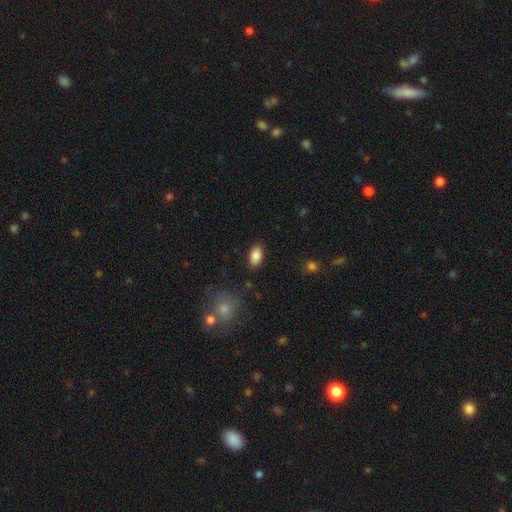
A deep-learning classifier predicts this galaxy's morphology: The model was most divided on "merging": none: 86%, minor disturbance: 10%, major disturbance: 3%, merger: 2%. More confident: how rounded — in between (92%); smooth or featured — smooth (86%).